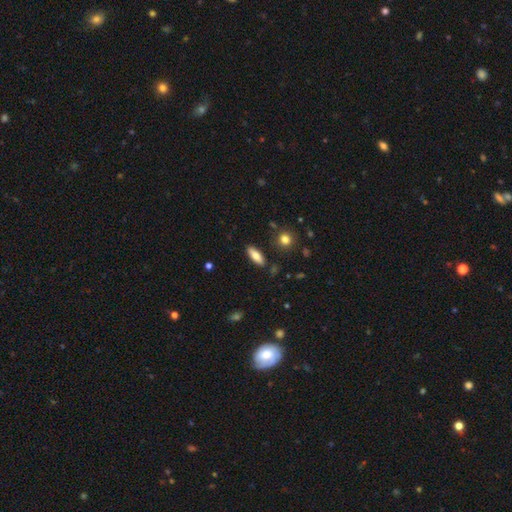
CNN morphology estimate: Smooth or featured? Predicted: smooth (p=0.74). How rounded? Predicted: in between (p=0.60). Merging? Predicted: none (p=0.87).